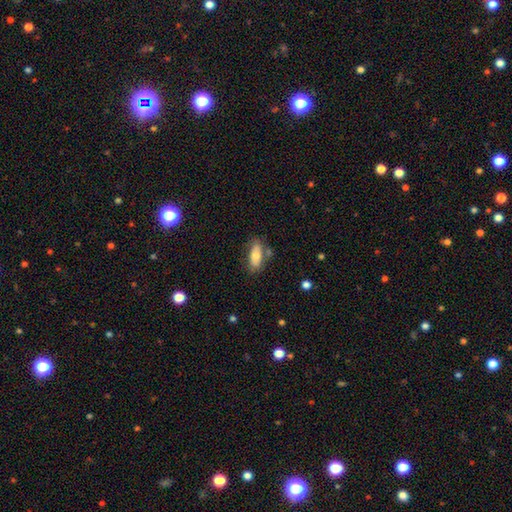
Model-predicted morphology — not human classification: smooth-or-featured: smooth: 72% | featured or disk: 21% | star or artifact: 7%
  how-rounded: in between: 80% | cigar-shaped: 17% | round: 3%
  merging: none: 69% | minor disturbance: 18% | merger: 9% | major disturbance: 5%